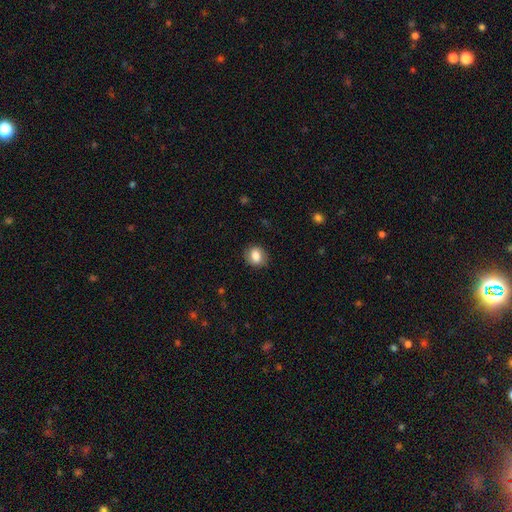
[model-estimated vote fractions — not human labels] Smooth or featured? smooth (83%)
How rounded? round (61%)
Merging? none (84%)